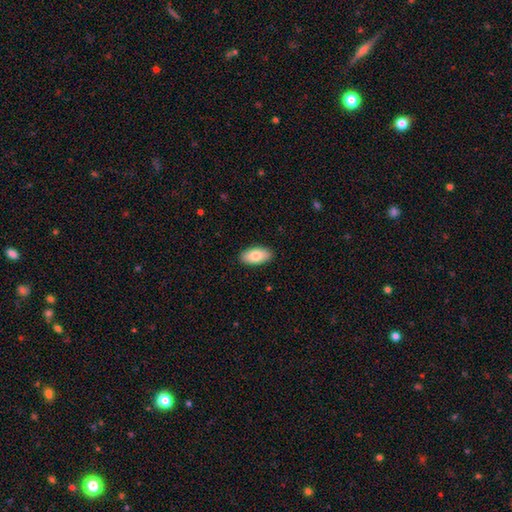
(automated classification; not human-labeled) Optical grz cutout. It shows a smooth galaxy with no disk features (83%) that is in between round and cigar-shaped (93%). Merging: none (89%).